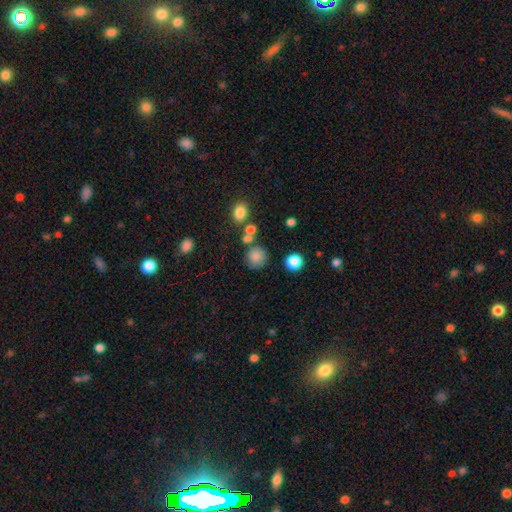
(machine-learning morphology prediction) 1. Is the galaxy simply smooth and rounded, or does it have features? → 44% smooth (tied), 44% star or artifact (tied), 12% featured or disk.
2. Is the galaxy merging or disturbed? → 66% none, 18% merger, 10% minor disturbance, 6% major disturbance.